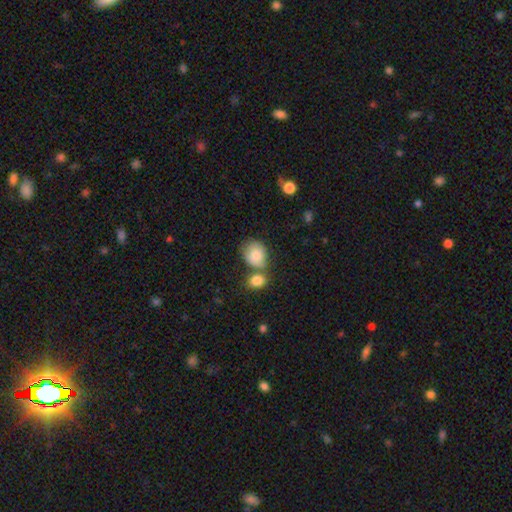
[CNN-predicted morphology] A smooth galaxy with no disk features (81%) that is round (50%).

Vote fractions:
- Smooth or featured? smooth: 81% / featured or disk: 11% / star or artifact: 8%
- How rounded? round: 50% / in between: 49% / cigar-shaped: 1%
- Merging? none: 45% / merger: 31% / minor disturbance: 17% / major disturbance: 6%